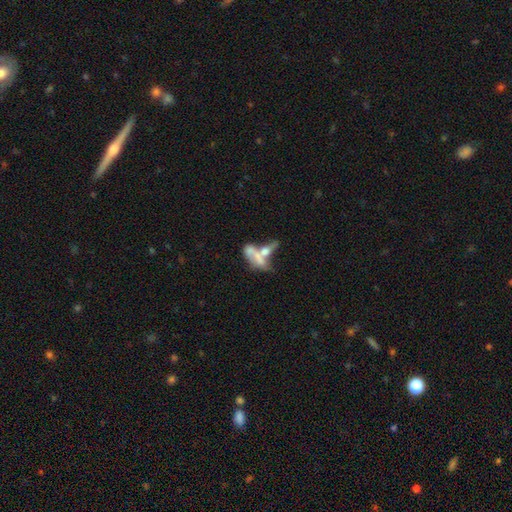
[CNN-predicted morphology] A smooth galaxy with no disk features (45%). Merging: merger (62%).